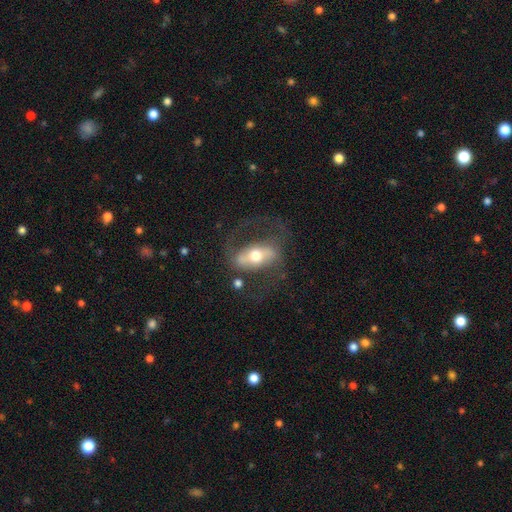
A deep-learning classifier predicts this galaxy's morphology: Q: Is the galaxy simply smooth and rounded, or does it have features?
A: featured or disk — 73%.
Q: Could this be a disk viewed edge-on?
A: no — 91%.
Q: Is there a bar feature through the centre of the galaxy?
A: strong — 49%.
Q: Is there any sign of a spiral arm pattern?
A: yes — 76%.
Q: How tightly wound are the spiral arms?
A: medium — 47%.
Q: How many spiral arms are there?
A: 2 — 85%.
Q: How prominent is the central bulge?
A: moderate — 70%.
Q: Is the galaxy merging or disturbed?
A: none — 59%.